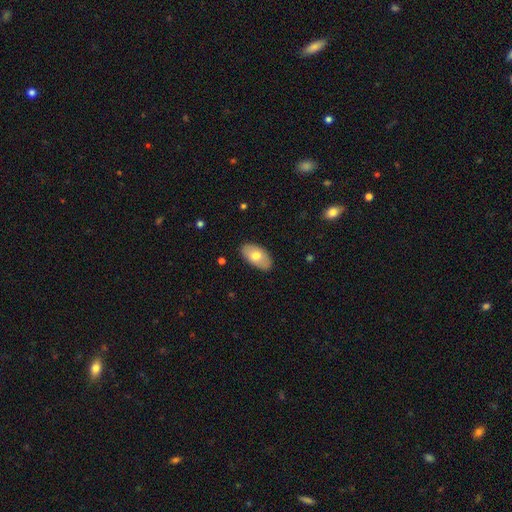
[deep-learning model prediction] Smooth or featured: smooth — 70% (featured or disk — 24%)
How rounded: in between — 95% (round — 4%)
Merging: none — 86% (minor disturbance — 11%)